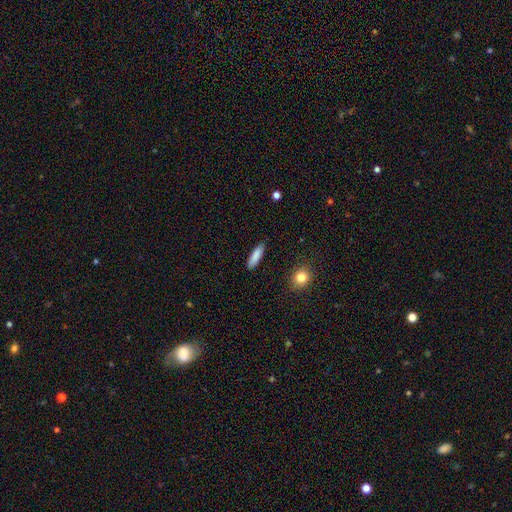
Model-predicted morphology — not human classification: Overall: smooth (87%). How rounded: cigar-shaped (68%; in between 31%). Merging: none (88%).